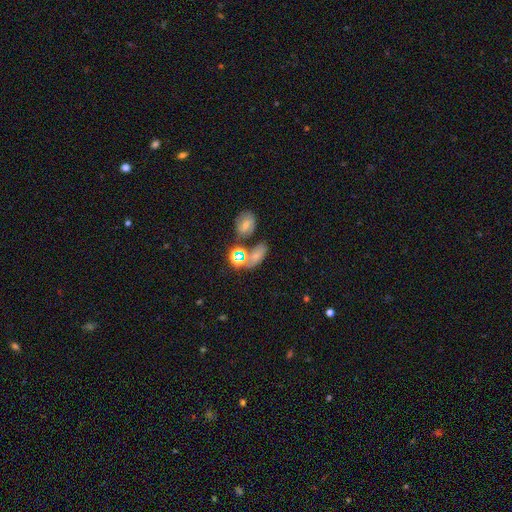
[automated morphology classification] This appears to be a smooth galaxy with no disk features (58%) that is in between round and cigar-shaped (75%). Merging: none (47%).